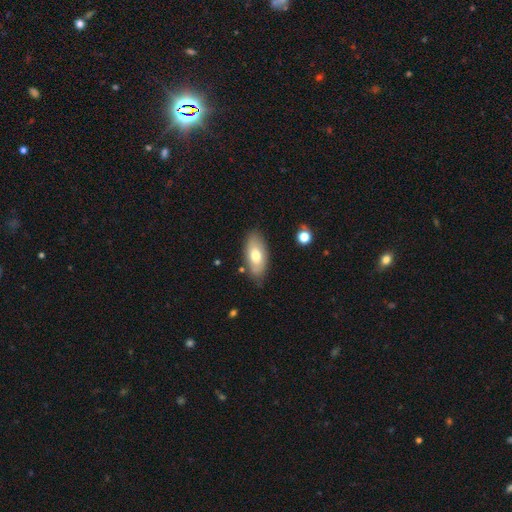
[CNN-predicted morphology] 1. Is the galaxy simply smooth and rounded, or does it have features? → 68% smooth, 26% featured or disk, 6% star or artifact.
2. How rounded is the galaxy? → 90% in between, 7% cigar-shaped, 3% round.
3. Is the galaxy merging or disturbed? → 78% none, 16% minor disturbance, 3% major disturbance, 3% merger.